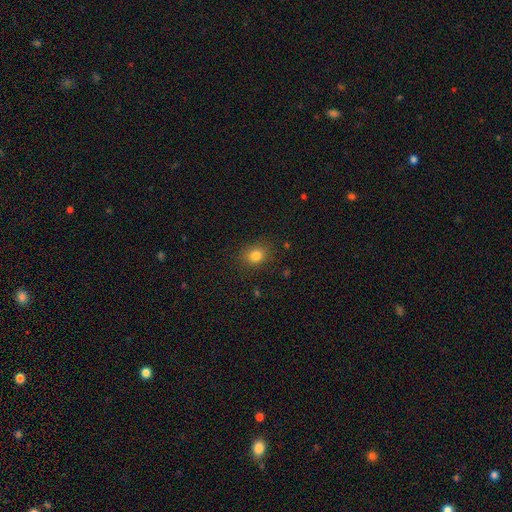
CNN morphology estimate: Smooth or featured? Predicted: smooth (p=0.81). How rounded? Predicted: round (p=0.57). Merging? Predicted: none (p=0.85).